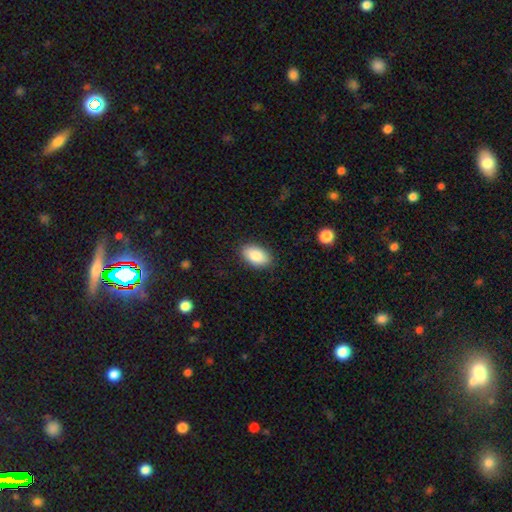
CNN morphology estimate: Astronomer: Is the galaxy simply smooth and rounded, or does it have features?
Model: smooth — 88%.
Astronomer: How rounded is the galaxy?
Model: in between — 94%.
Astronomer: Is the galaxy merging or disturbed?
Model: none — 88%.